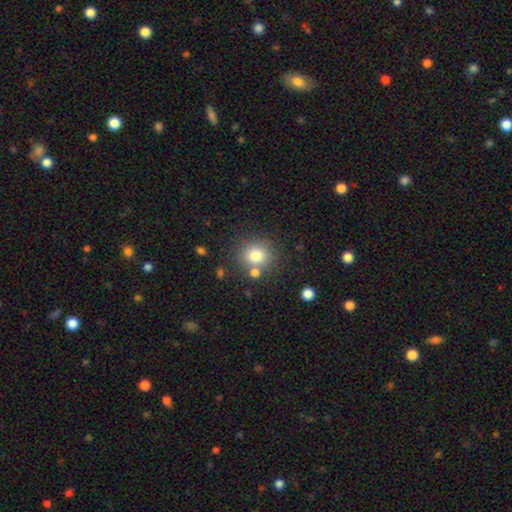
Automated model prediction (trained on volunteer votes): smooth-or-featured: smooth: 78% | star or artifact: 12% | featured or disk: 9%
  how-rounded: round: 85% | in between: 14% | cigar-shaped: 1%
  merging: none: 73% | merger: 13% | minor disturbance: 10% | major disturbance: 4%